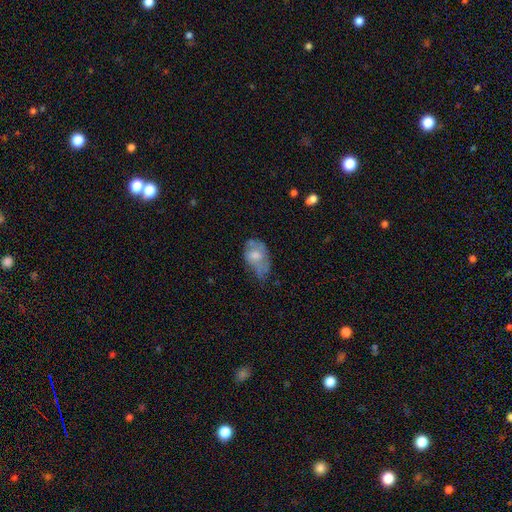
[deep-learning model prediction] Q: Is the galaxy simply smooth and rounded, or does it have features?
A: smooth — 57%.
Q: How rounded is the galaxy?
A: in between — 84%.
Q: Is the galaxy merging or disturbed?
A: minor disturbance — 40%.